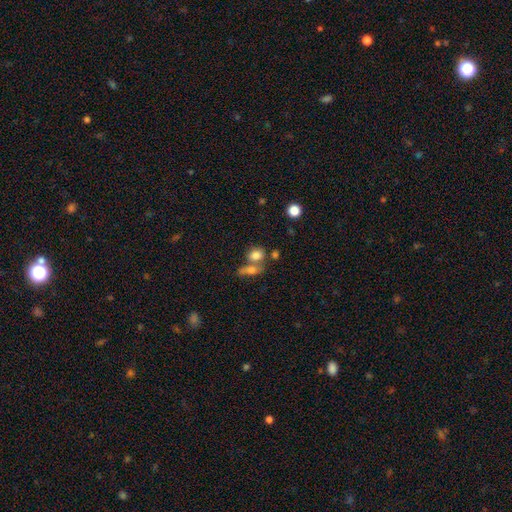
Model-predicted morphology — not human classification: smooth-or-featured: smooth: 78% | star or artifact: 11% | featured or disk: 11%
  how-rounded: round: 50% | in between: 46% | cigar-shaped: 3%
  merging: none: 43% | merger: 41% | minor disturbance: 11% | major disturbance: 5%